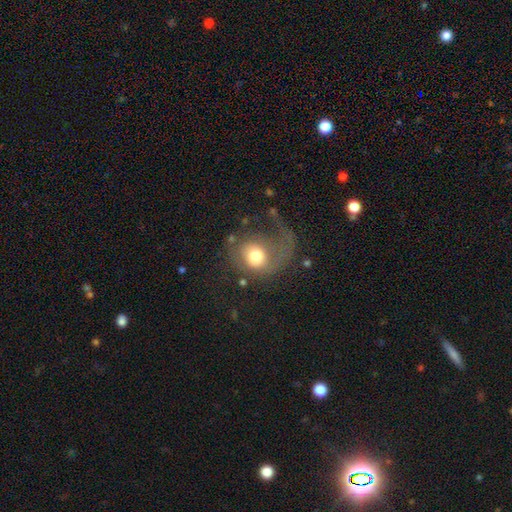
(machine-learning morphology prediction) This is possibly a smooth galaxy (51%). How rounded: likely round (74%). Merging: possibly major disturbance (53%).